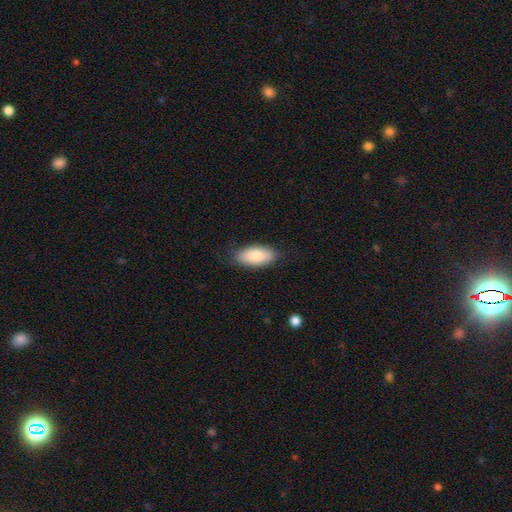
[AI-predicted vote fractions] Morphology: type=smooth (85%); roundness=in between (91%); merging=none (82%).